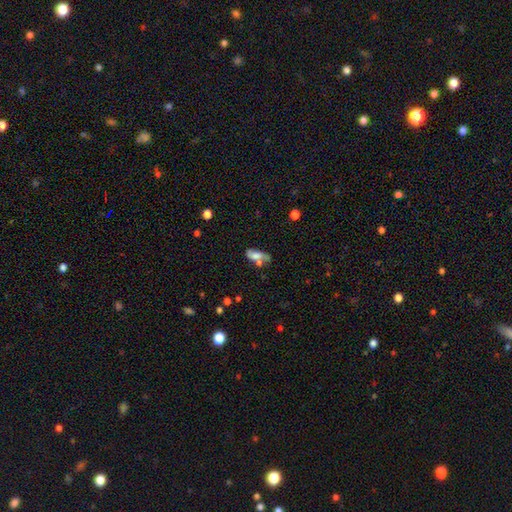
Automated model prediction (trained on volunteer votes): Morphology: type=smooth (48%); merging=none (36%).